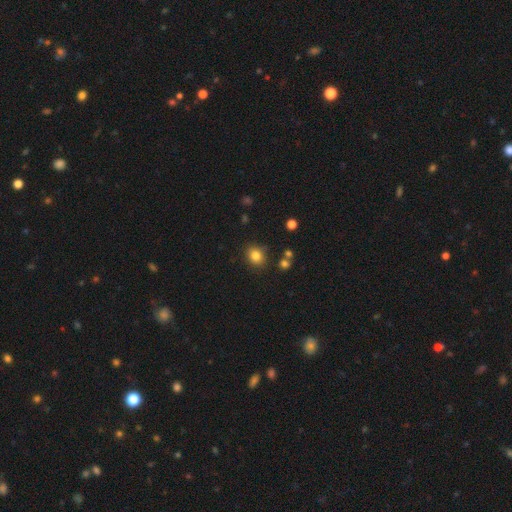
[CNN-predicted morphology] type=smooth (82%); roundness=round (67%); merging=none (83%).